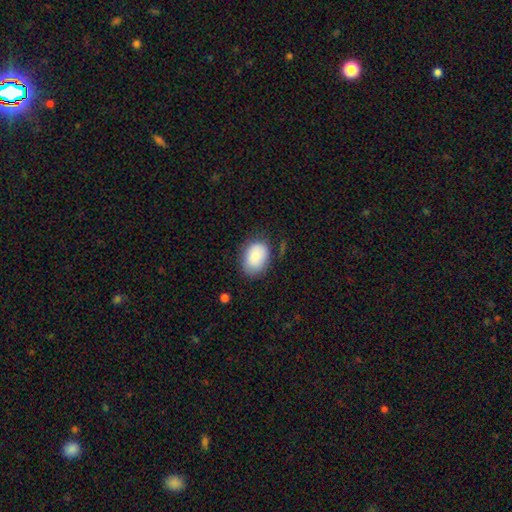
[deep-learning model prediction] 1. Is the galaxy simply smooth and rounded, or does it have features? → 86% smooth, 8% featured or disk, 7% star or artifact.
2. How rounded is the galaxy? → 74% in between, 25% round, 1% cigar-shaped.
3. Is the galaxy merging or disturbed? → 73% none, 20% minor disturbance, 5% major disturbance, 2% merger.